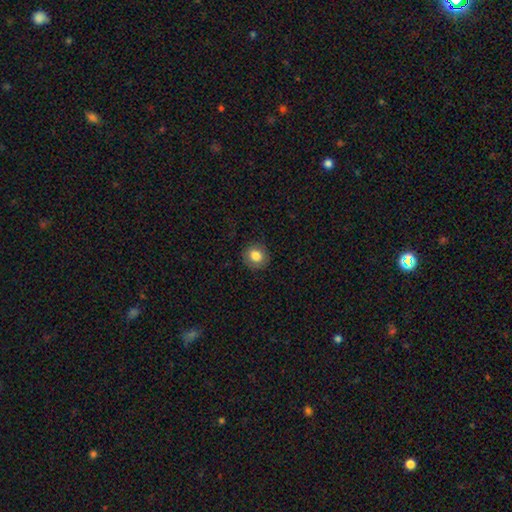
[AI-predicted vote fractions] A smooth galaxy with no disk features (83%) that is round (86%).

Vote fractions:
- Smooth or featured? smooth: 83% / star or artifact: 9% / featured or disk: 8%
- How rounded? round: 86% / in between: 13% / cigar-shaped: 1%
- Merging? none: 88% / minor disturbance: 8% / major disturbance: 2% / merger: 1%